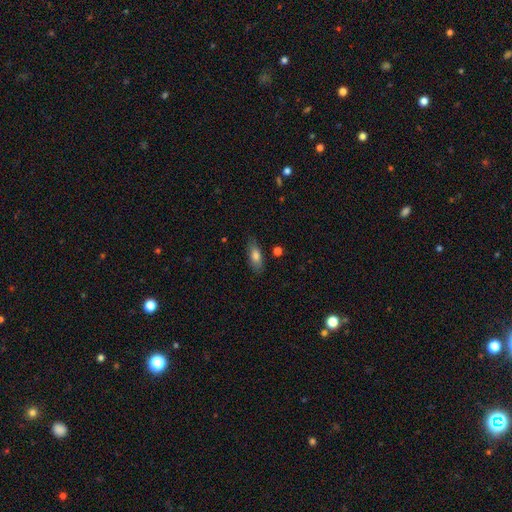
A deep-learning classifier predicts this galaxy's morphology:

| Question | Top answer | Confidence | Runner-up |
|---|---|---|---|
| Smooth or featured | smooth | 77% | featured or disk (16%) |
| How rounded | in between | 74% | cigar-shaped (24%) |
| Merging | none | 80% | minor disturbance (15%) |